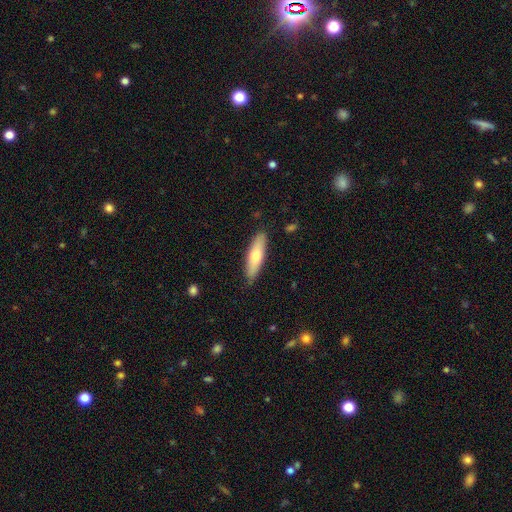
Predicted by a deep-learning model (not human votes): smooth-or-featured: smooth: 65% | featured or disk: 30% | star or artifact: 5%
  how-rounded: cigar-shaped: 59% | in between: 39% | round: 2%
  merging: none: 87% | minor disturbance: 10% | major disturbance: 2% | merger: 1%